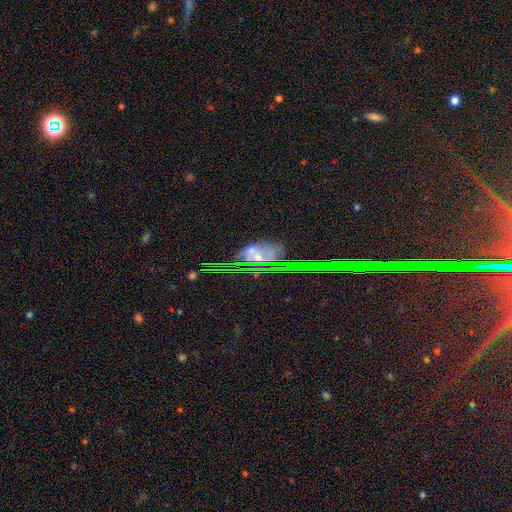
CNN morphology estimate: This appears to be a star or artifact, not a galaxy (46%).